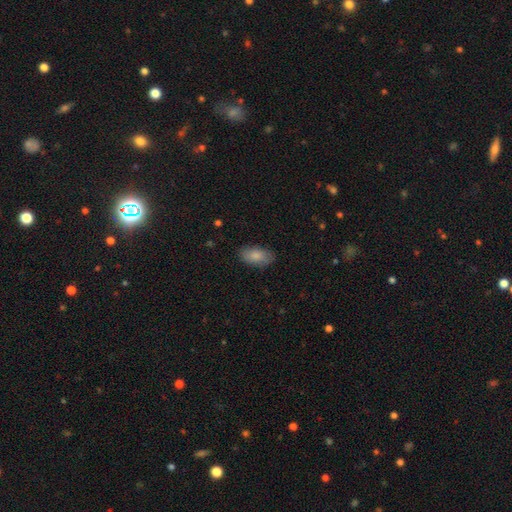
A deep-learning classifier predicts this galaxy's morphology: A smooth galaxy with no disk features (85%) that is in between round and cigar-shaped (93%). Merging: none (83%).